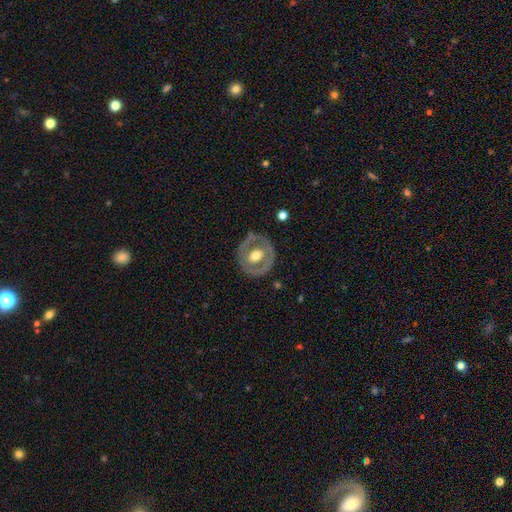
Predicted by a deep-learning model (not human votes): Overall: featured or disk (61%; smooth 35%). Edge-on disk: no (94%). Bar: no (68%). Spiral arms: no (84%). Bulge size: moderate (70%). Merging: none (78%).